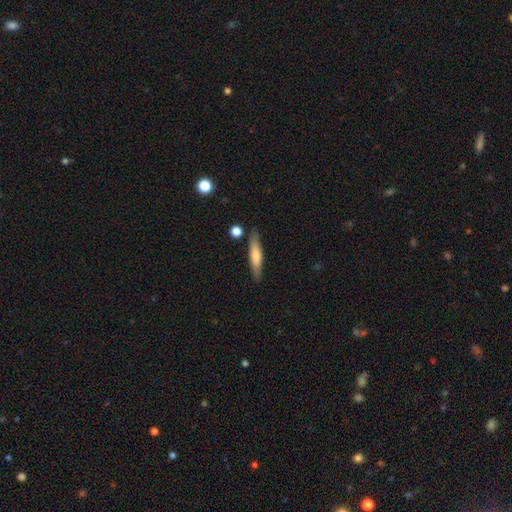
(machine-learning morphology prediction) smooth-or-featured: smooth: 66% | featured or disk: 28% | star or artifact: 6%
  how-rounded: cigar-shaped: 84% | in between: 15% | round: 2%
  merging: none: 82% | minor disturbance: 11% | merger: 4% | major disturbance: 2%